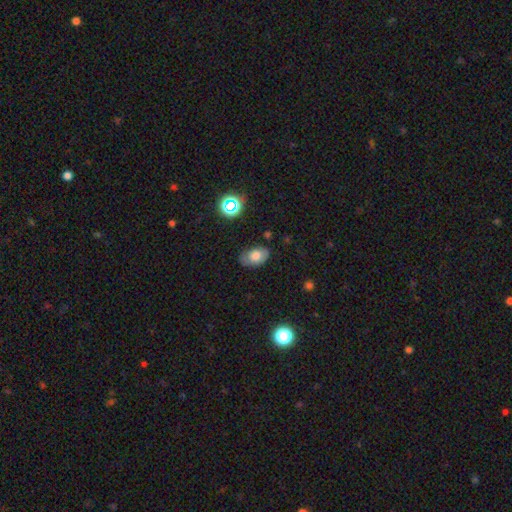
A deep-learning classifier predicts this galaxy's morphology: This appears to be a smooth galaxy with no disk features (69%) that is in between round and cigar-shaped (88%). Merging: none (72%).